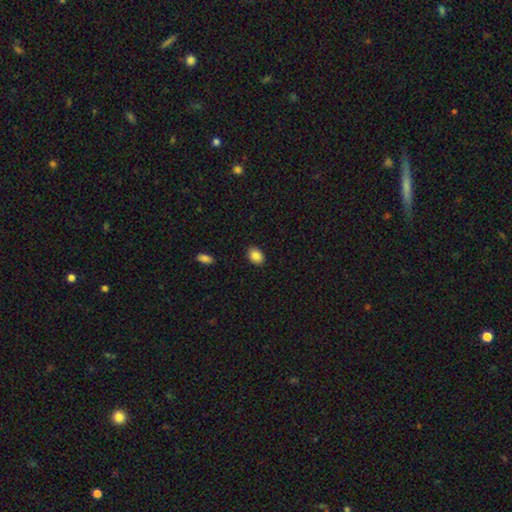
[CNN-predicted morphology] A smooth galaxy with no disk features (87%) that is in between round and cigar-shaped (75%). Merging: none (89%).